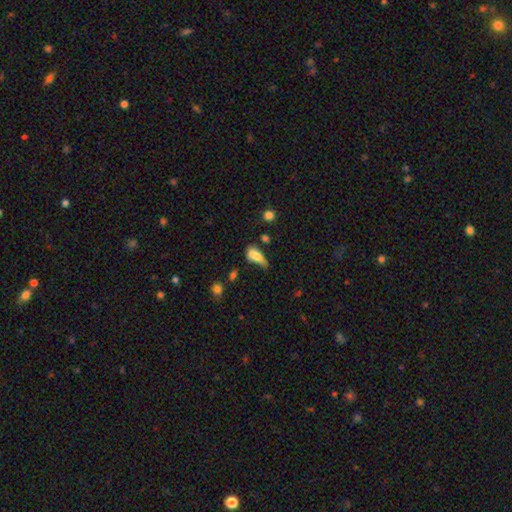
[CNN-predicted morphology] Smooth or featured? Predicted: smooth (p=0.75). How rounded? Predicted: in between (p=0.74). Merging? Predicted: minor disturbance (p=0.39).